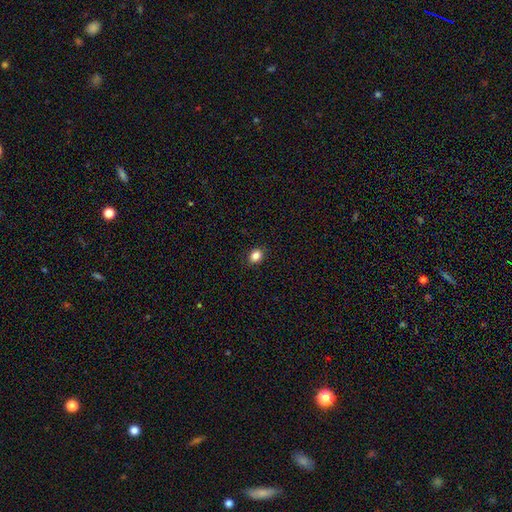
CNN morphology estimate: A smooth galaxy with no disk features (84%) that is round (50%).

Vote fractions:
- Smooth or featured? smooth: 84% / star or artifact: 11% / featured or disk: 5%
- How rounded? round: 50% / in between: 49% / cigar-shaped: 1%
- Merging? none: 90% / minor disturbance: 7% / major disturbance: 2% / merger: 1%